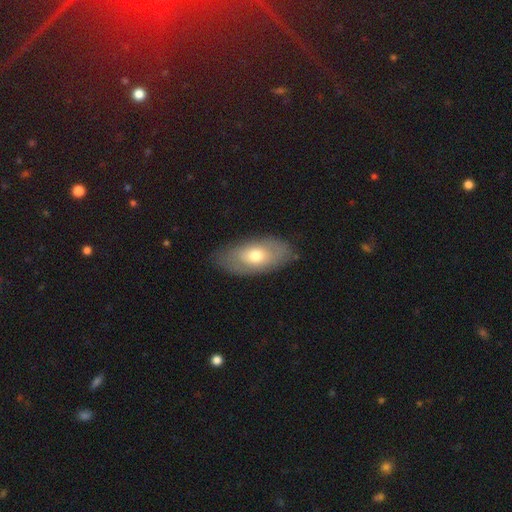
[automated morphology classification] Smooth or featured? smooth (58%)
How rounded? in between (90%)
Merging? none (80%)